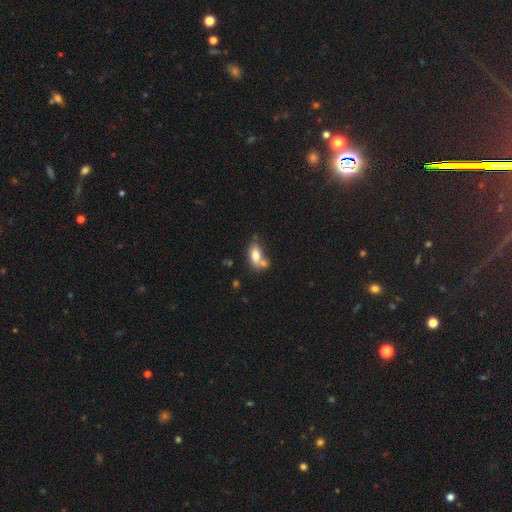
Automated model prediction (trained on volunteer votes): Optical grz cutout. It shows a smooth galaxy with no disk features (77%) that is in between round and cigar-shaped (87%). Merging: merger (41%).